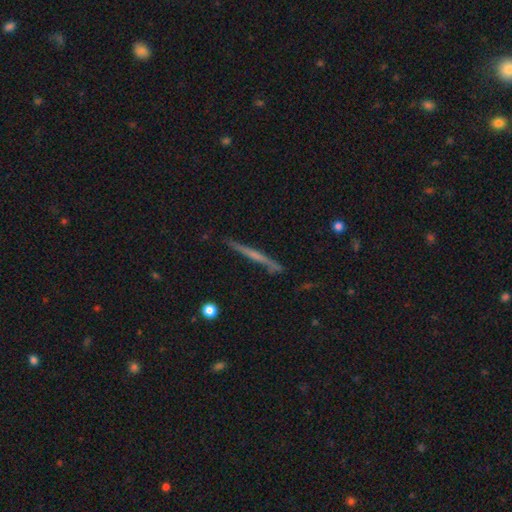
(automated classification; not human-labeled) Smooth or featured: featured or disk — 61% (smooth — 32%)
Edge-on disk: yes — 97% (no — 3%)
Edge-on bulge: none — 67% (rounded — 23%)
Merging: none — 85% (minor disturbance — 11%)